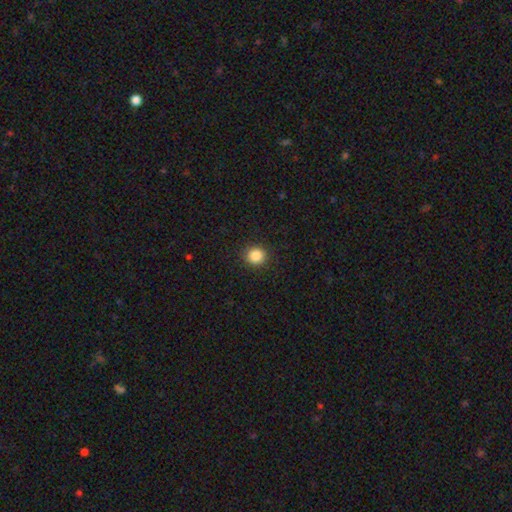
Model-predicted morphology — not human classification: A smooth galaxy with no disk features (86%) that is round (91%). Merging: none (91%).